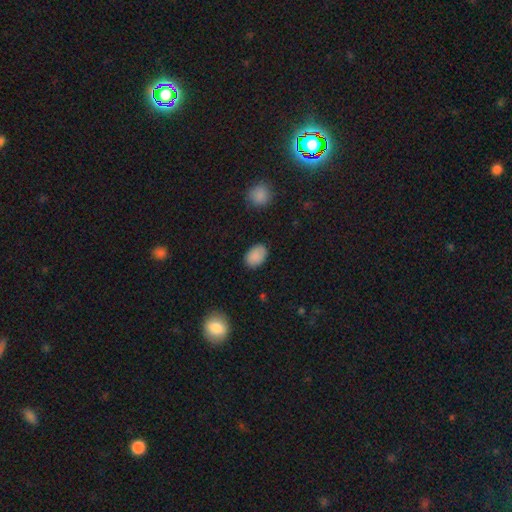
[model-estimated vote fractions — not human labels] smooth 88%, star or artifact 8%, featured or disk 4%. Down the decision tree: how rounded — in between (84%); merging — none (85%).